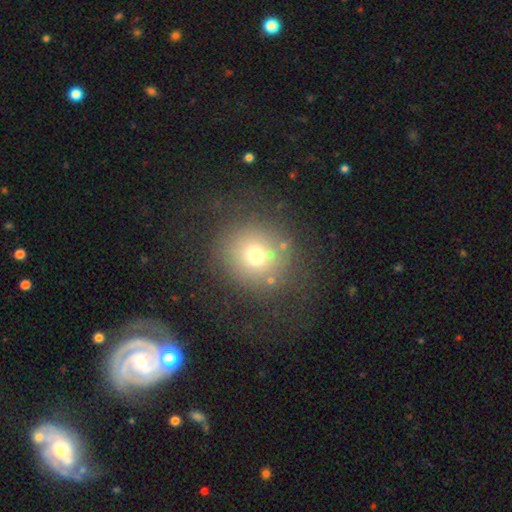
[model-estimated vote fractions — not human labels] Smooth or featured? smooth (67%)
How rounded? round (88%)
Merging? none (70%)